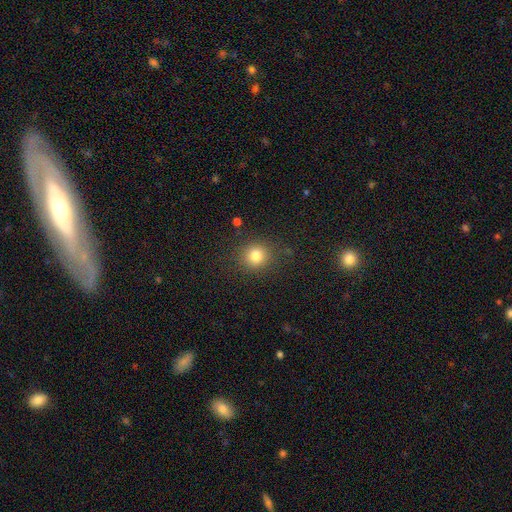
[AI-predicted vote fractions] Overall: smooth (80%). How rounded: round (88%). Merging: none (87%).